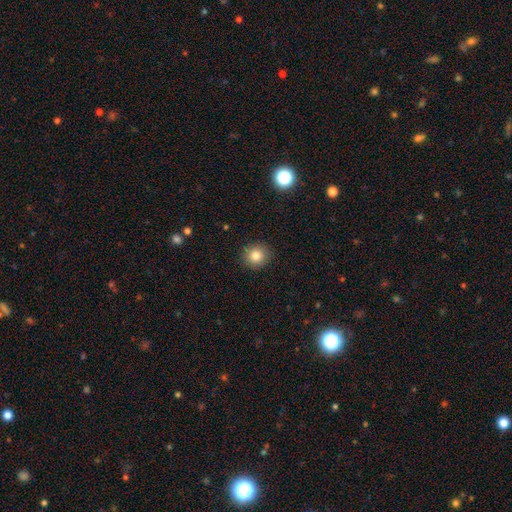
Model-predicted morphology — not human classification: type=smooth (83%); roundness=round (88%); merging=none (90%).